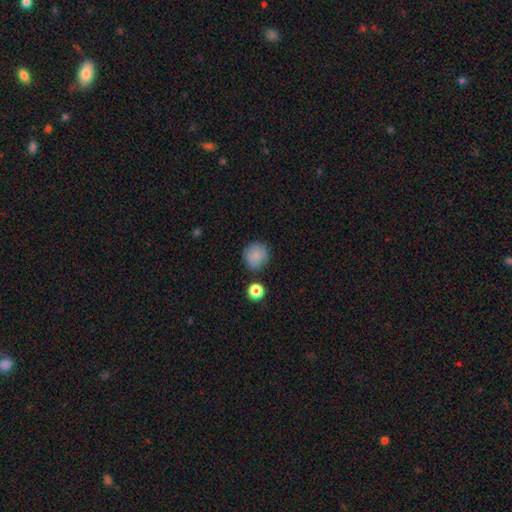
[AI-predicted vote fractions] smooth-or-featured: smooth: 84% | star or artifact: 9% | featured or disk: 7%
  how-rounded: round: 90% | in between: 9% | cigar-shaped: 1%
  merging: none: 78% | minor disturbance: 13% | merger: 5% | major disturbance: 3%